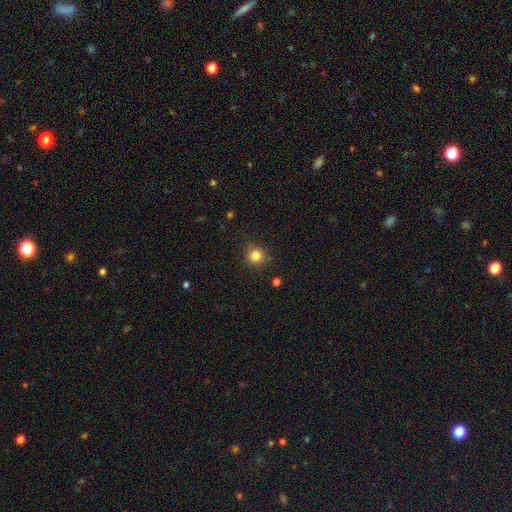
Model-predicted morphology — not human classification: The model was most divided on "smooth or featured": smooth: 82%, star or artifact: 12%, featured or disk: 5%. More confident: how rounded — round (92%); merging — none (85%).